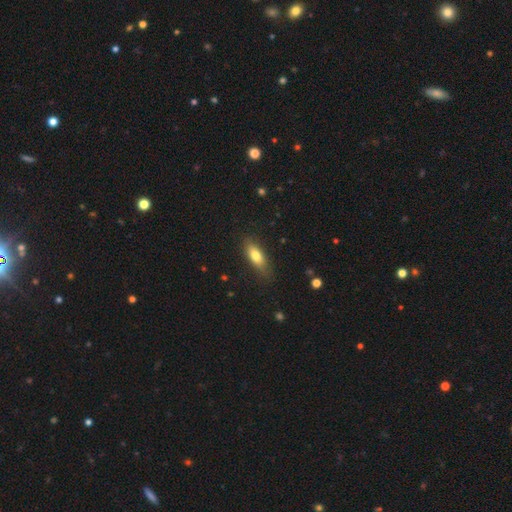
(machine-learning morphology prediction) This appears to be a smooth galaxy with no disk features (76%) that is in between round and cigar-shaped (70%). Merging: none (78%).